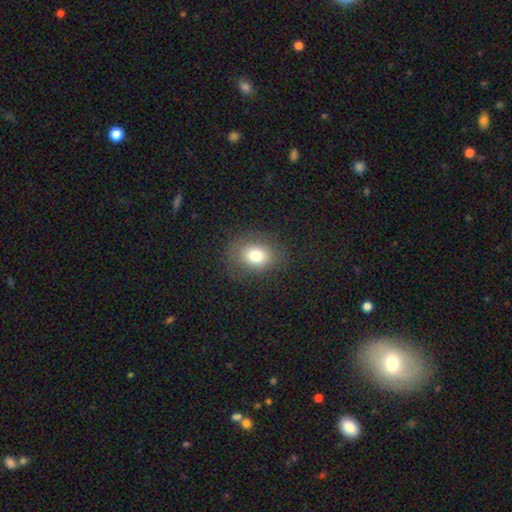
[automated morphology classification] Smooth or featured? Predicted: smooth (p=0.76). How rounded? Predicted: round (p=0.54). Merging? Predicted: none (p=0.80).